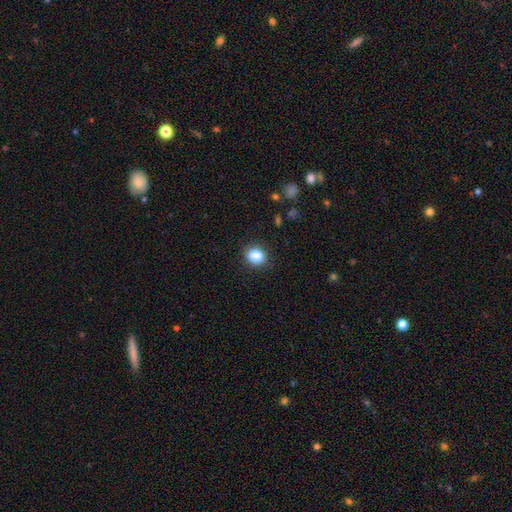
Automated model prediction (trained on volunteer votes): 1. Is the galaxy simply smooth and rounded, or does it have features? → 85% smooth, 10% star or artifact, 5% featured or disk.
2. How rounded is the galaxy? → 57% round, 42% in between, 1% cigar-shaped.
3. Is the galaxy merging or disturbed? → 87% none, 10% minor disturbance, 3% major disturbance, 1% merger.